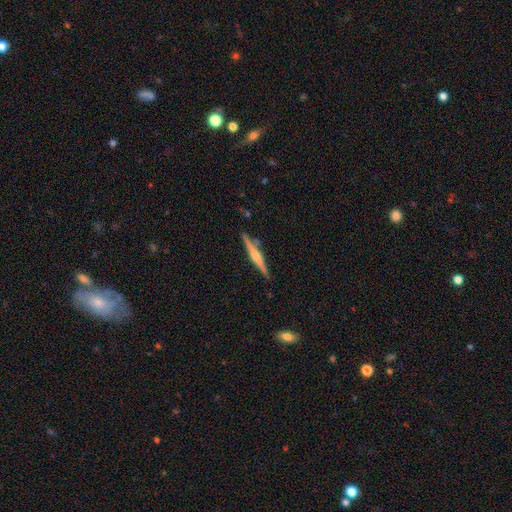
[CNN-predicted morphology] Smooth or featured: featured or disk — 69% (smooth — 25%)
Edge-on disk: yes — 98% (no — 2%)
Edge-on bulge: rounded — 70% (none — 15%)
Merging: none — 85% (minor disturbance — 10%)